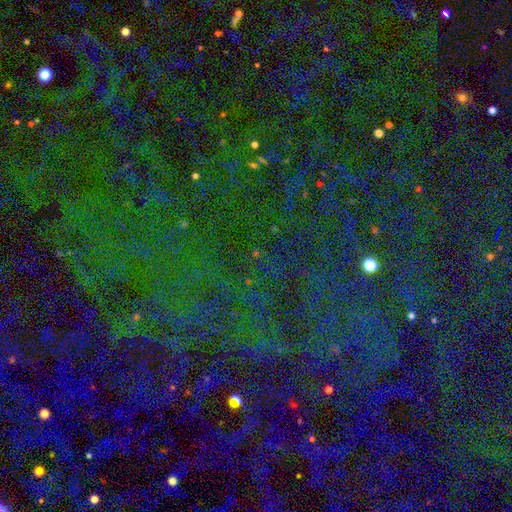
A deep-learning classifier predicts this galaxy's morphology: type=star or artifact (80%).